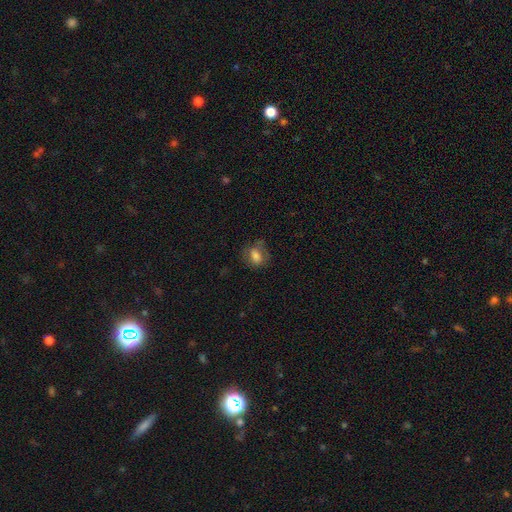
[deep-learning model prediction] smooth 70%, featured or disk 20%, star or artifact 10%. Down the decision tree: how rounded — in between (70%); merging — none (59%).